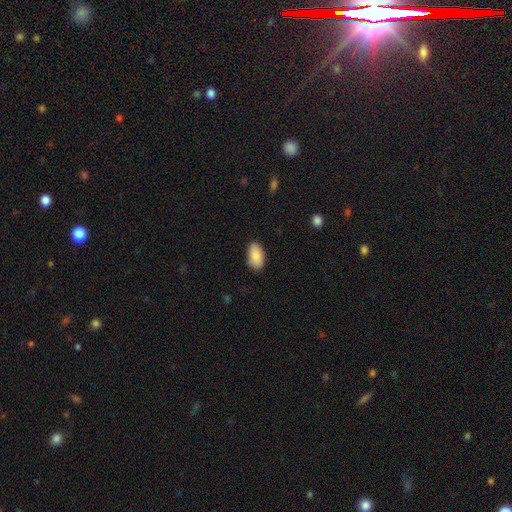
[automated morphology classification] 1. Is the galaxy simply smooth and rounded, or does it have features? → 86% smooth, 7% featured or disk, 7% star or artifact.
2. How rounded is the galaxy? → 94% in between, 4% round, 2% cigar-shaped.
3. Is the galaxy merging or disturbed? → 85% none, 12% minor disturbance, 2% major disturbance, 1% merger.